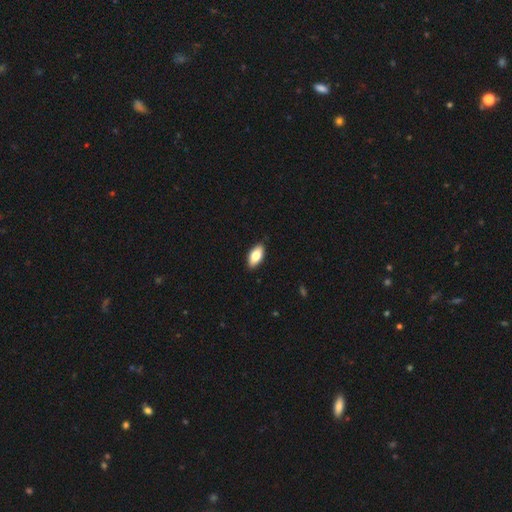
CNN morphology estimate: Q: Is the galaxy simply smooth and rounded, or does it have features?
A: smooth — 80%.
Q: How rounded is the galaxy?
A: in between — 90%.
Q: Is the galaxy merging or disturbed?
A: none — 89%.